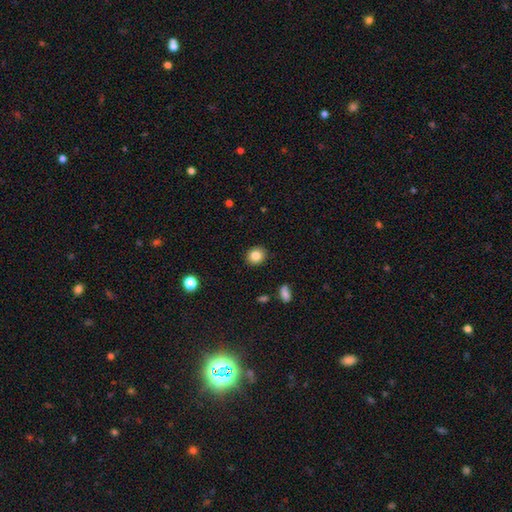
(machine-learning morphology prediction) smooth-or-featured: smooth: 84% | star or artifact: 10% | featured or disk: 6%
  how-rounded: round: 75% | in between: 24% | cigar-shaped: 1%
  merging: none: 90% | minor disturbance: 7% | major disturbance: 2% | merger: 1%